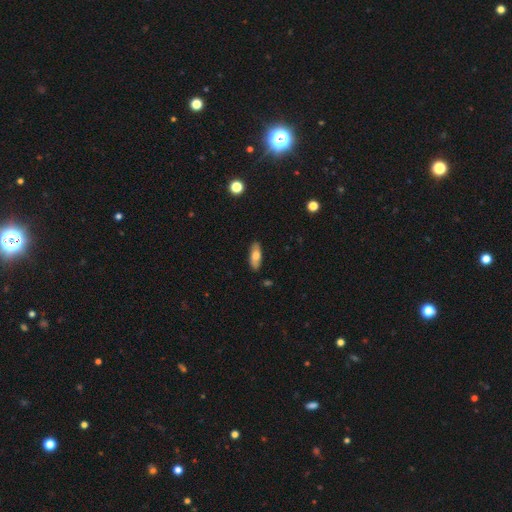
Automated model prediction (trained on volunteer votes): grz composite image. It shows a smooth galaxy with no disk features (70%) that is in between round and cigar-shaped (66%). Merging: none (87%).